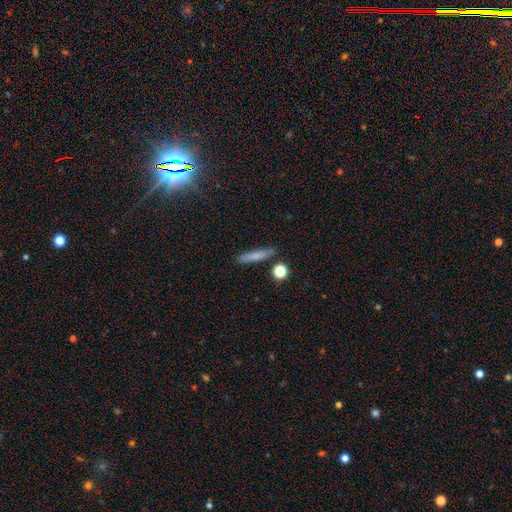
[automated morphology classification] Smooth or featured?
  - smooth: 74% *
  - featured or disk: 17%
  - star or artifact: 9%
How rounded?
  - cigar-shaped: 85% *
  - in between: 11%
  - round: 4%
Merging?
  - none: 84% *
  - minor disturbance: 10%
  - merger: 4%
  - major disturbance: 2%